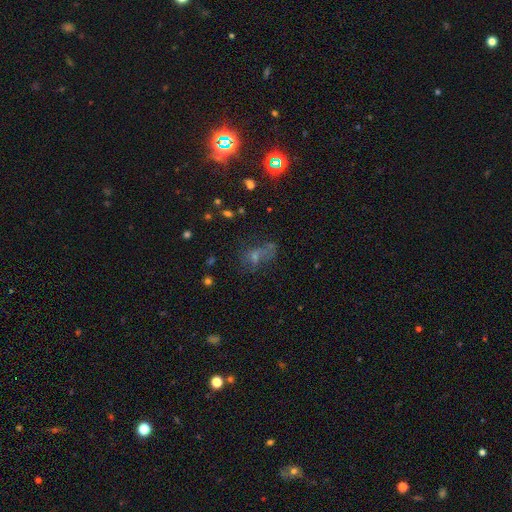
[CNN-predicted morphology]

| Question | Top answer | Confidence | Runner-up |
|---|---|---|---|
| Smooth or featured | smooth | 42% | featured or disk (30%) |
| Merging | none | 34% | tied: major disturbance (34%) |